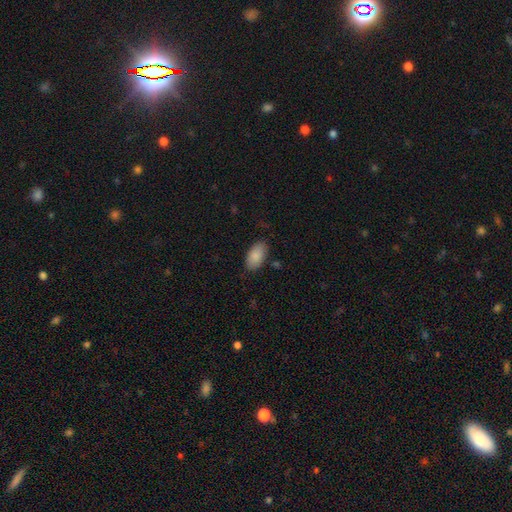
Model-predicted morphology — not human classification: Smooth or featured? smooth (88%)
How rounded? in between (95%)
Merging? none (82%)